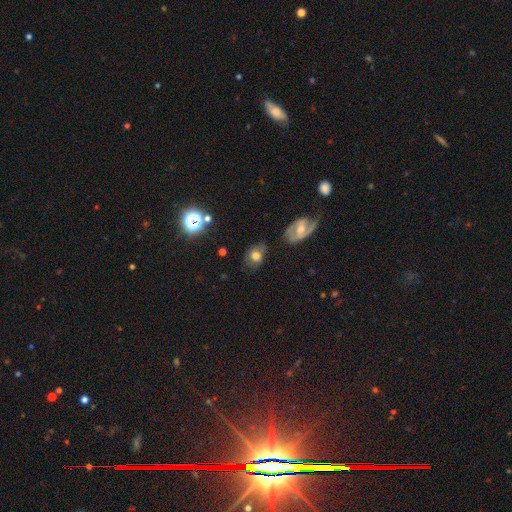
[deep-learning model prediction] smooth_or_featured: smooth (p=0.60) [alt: featured or disk p=0.27]
how_rounded: in between (p=0.59) [alt: round p=0.39]
merging: none (p=0.60) [alt: minor disturbance p=0.25]